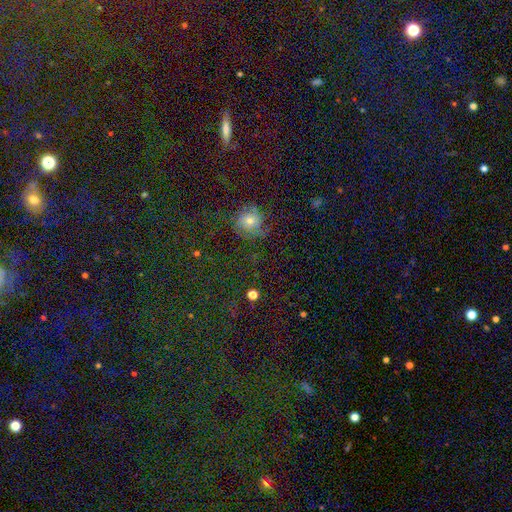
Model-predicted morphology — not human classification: Smooth or featured? Predicted: star or artifact (p=0.39, tied with smooth).